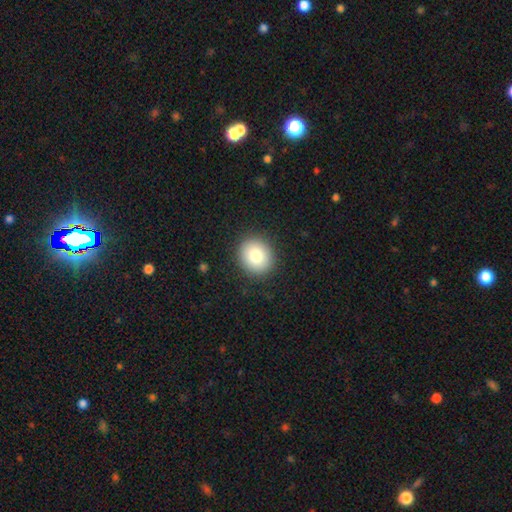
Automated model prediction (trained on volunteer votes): smooth 81%, featured or disk 10%, star or artifact 9%. Down the decision tree: how rounded — round (82%); merging — none (90%).